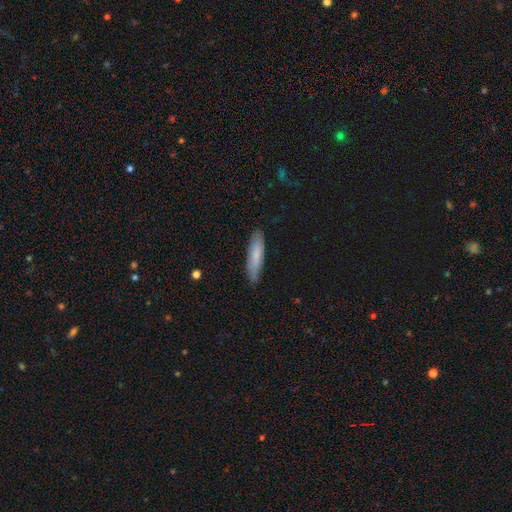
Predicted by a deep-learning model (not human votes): This appears to be a smooth galaxy with no disk features (73%) that is cigar-shaped (75%). Merging: none (84%).